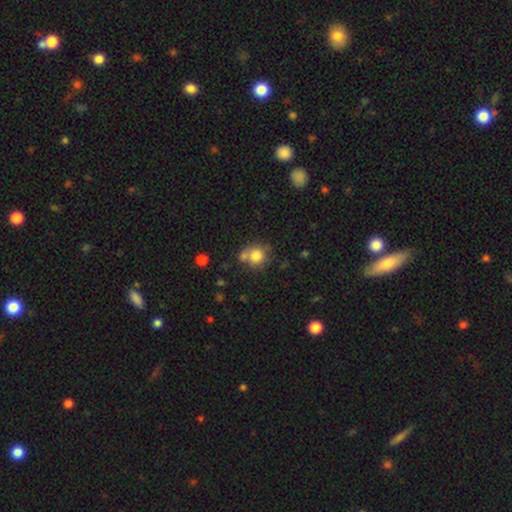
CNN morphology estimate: A smooth galaxy with no disk features (80%) that is round (86%). Merging: none (57%).